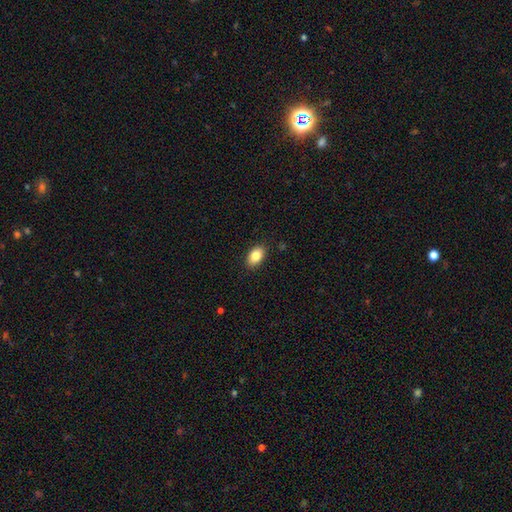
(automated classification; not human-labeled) smooth-or-featured: smooth: 85% | star or artifact: 8% | featured or disk: 8%
  how-rounded: in between: 91% | round: 8% | cigar-shaped: 2%
  merging: none: 88% | minor disturbance: 9% | major disturbance: 2% | merger: 1%